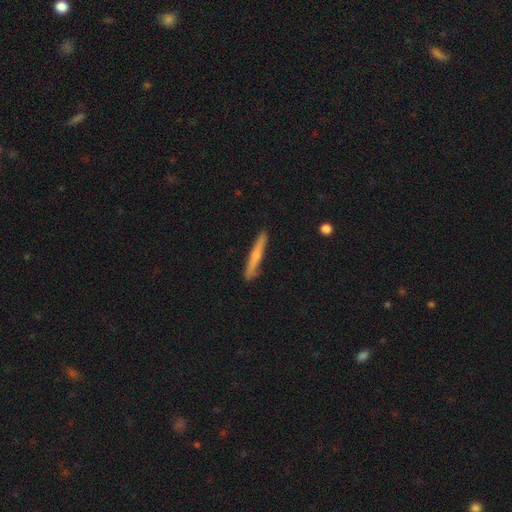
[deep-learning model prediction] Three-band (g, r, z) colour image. It shows a smooth galaxy with no disk features (55%) that is cigar-shaped (96%). Merging: none (88%).